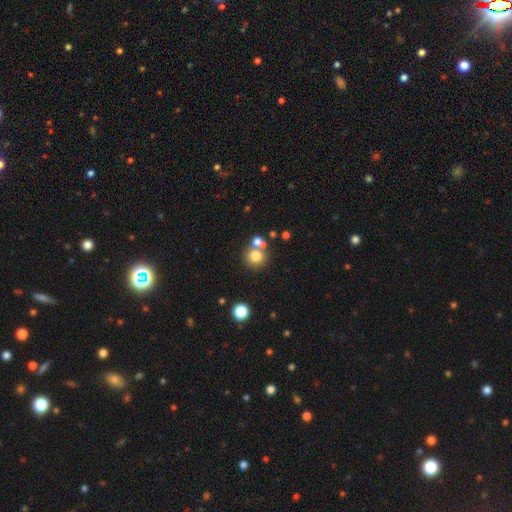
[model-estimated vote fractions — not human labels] Smooth or featured: smooth — 77% (star or artifact — 13%)
How rounded: round — 86% (in between — 13%)
Merging: none — 54% (merger — 35%)